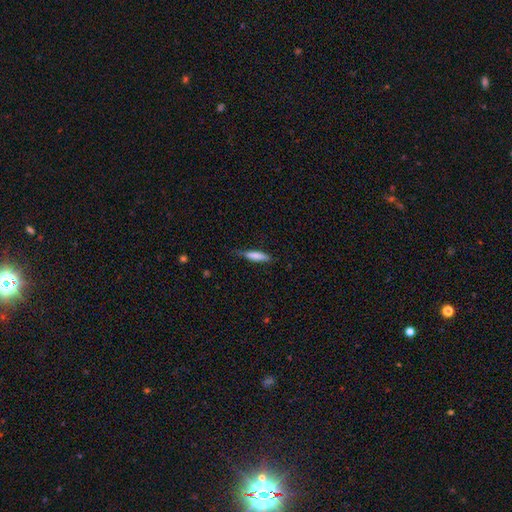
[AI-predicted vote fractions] Smooth or featured? Predicted: smooth (p=0.79). How rounded? Predicted: cigar-shaped (p=0.78). Merging? Predicted: none (p=0.67).